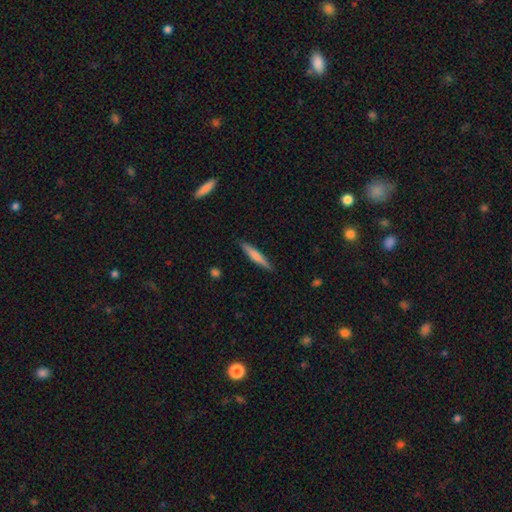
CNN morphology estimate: Smooth or featured: smooth — 66% (featured or disk — 29%)
How rounded: cigar-shaped — 92% (in between — 6%)
Merging: none — 89% (minor disturbance — 8%)